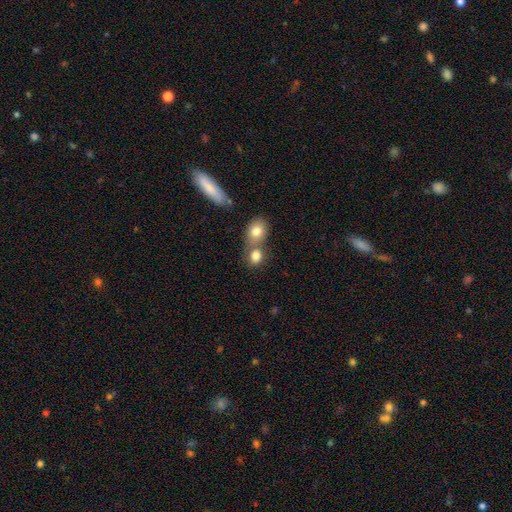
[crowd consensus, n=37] smooth 92%, featured or disk 5%, star or artifact 3%. Down the decision tree: how rounded — round (50%); merging — merger (47%).